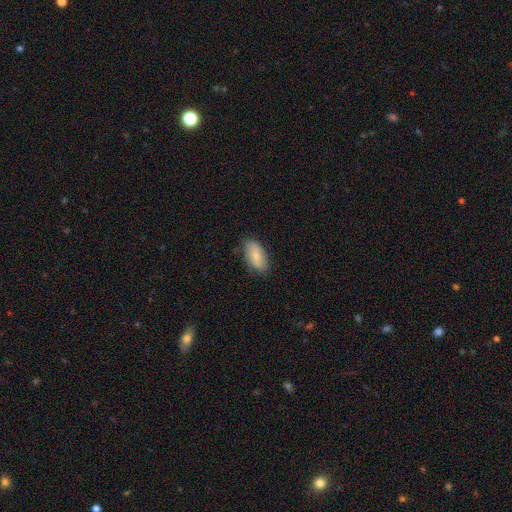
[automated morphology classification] This is likely a smooth galaxy (78%). How rounded: clearly in between (92%). Merging: likely none (79%).